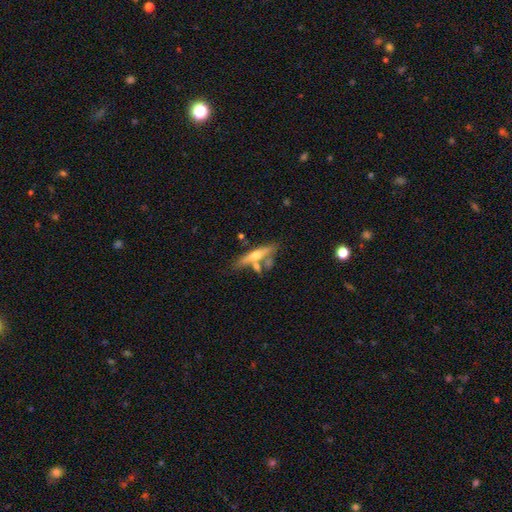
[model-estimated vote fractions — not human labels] Smooth or featured: featured or disk — 56% (smooth — 38%)
Edge-on disk: yes — 90% (no — 10%)
Edge-on bulge: rounded — 91% (none — 6%)
Merging: none — 59% (merger — 22%)